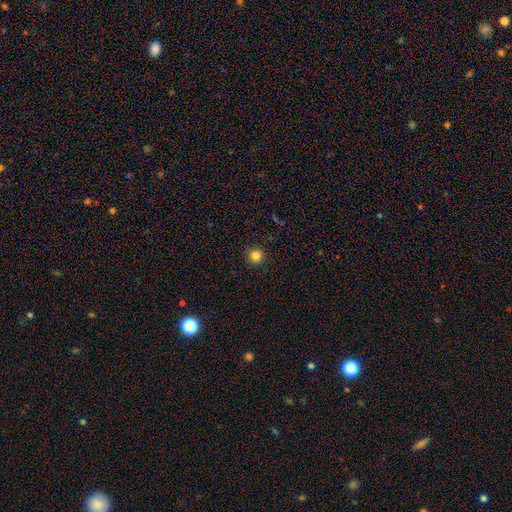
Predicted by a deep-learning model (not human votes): Smooth or featured? Predicted: smooth (p=0.83). How rounded? Predicted: round (p=0.96). Merging? Predicted: none (p=0.92).